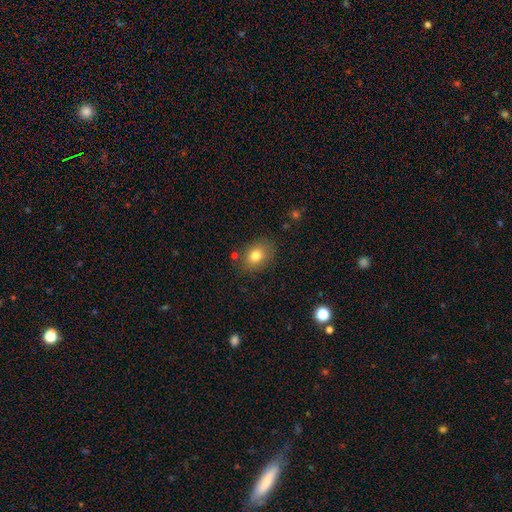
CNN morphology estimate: This appears to be a smooth galaxy with no disk features (79%) that is in between round and cigar-shaped (65%). Merging: none (78%).